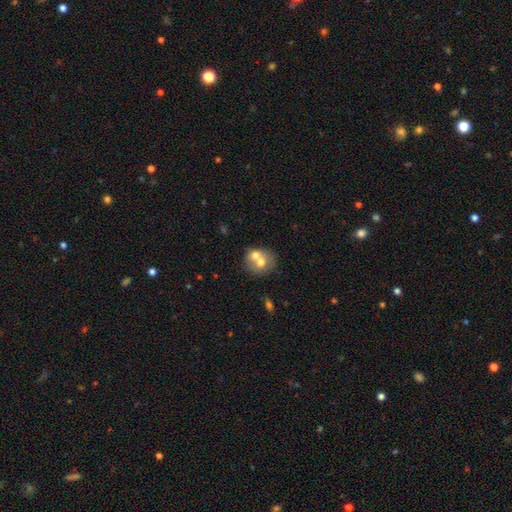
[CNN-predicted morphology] Q: Smooth or featured?
A: smooth (63%); runner-up: featured or disk (29%)
Q: How rounded?
A: round (71%); runner-up: in between (28%)
Q: Merging?
A: merger (59%); runner-up: none (30%)